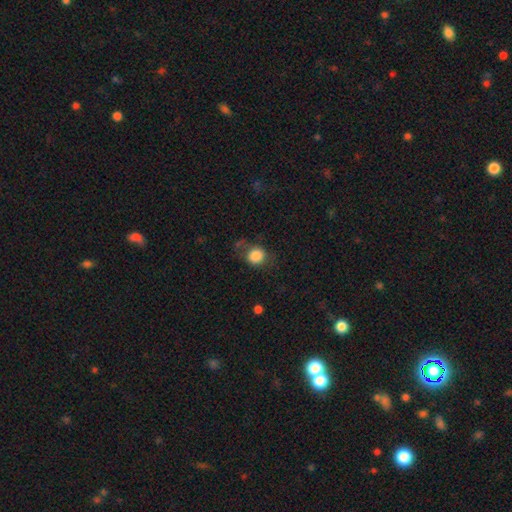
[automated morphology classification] The model was most divided on "merging": none: 66%, minor disturbance: 21%, major disturbance: 9%, merger: 4%. More confident: smooth or featured — smooth (85%); how rounded — round (83%).